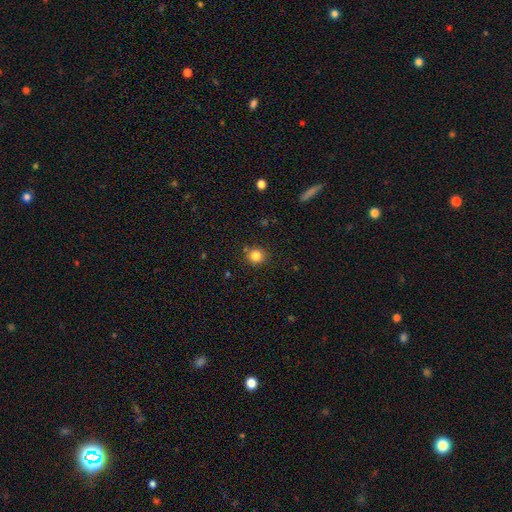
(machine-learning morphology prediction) Smooth or featured: smooth — 83% (star or artifact — 12%)
How rounded: round — 90% (in between — 9%)
Merging: none — 85% (minor disturbance — 9%)